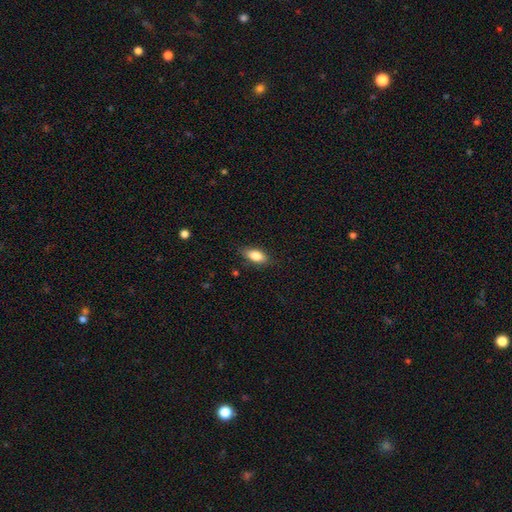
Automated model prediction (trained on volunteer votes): smooth-or-featured: smooth: 83% | featured or disk: 10% | star or artifact: 7%
  how-rounded: in between: 85% | cigar-shaped: 10% | round: 4%
  merging: none: 82% | minor disturbance: 14% | major disturbance: 3% | merger: 1%